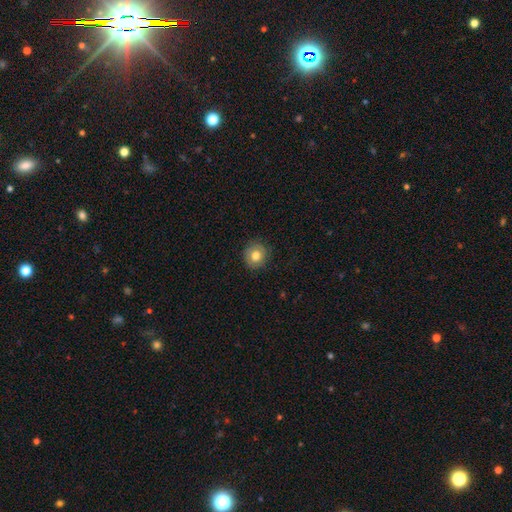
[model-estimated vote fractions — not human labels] Smooth or featured: smooth — 78% (featured or disk — 12%)
How rounded: round — 90% (in between — 10%)
Merging: none — 87% (minor disturbance — 10%)